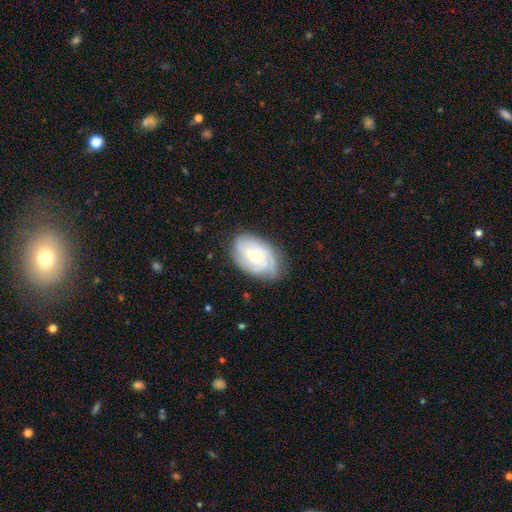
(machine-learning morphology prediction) This appears to be a featured or disk galaxy (72%) with no bar (64%), tight (60%) spiral arms (93%) and a moderate central bulge (55%). Merging: none (75%).